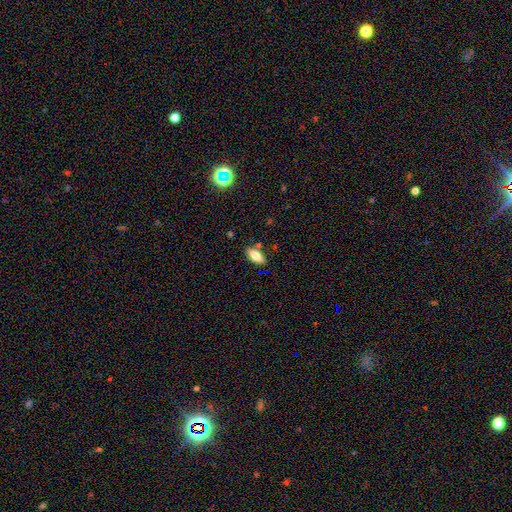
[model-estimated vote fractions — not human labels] Smooth or featured? Predicted: smooth (p=0.75). How rounded? Predicted: in between (p=0.87). Merging? Predicted: none (p=0.80).